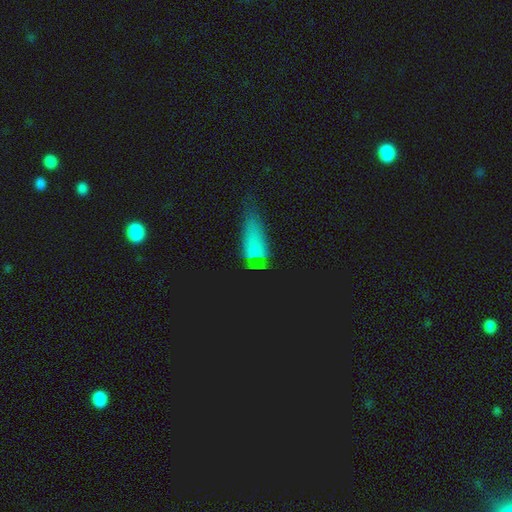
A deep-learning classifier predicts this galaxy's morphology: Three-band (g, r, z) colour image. It shows a smooth galaxy with no disk features (48%). Merging: none (49%).